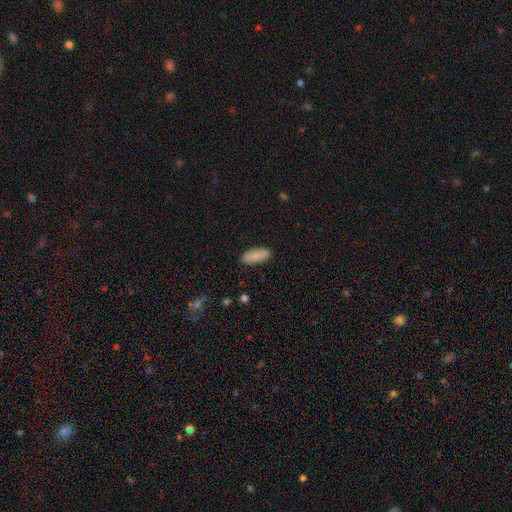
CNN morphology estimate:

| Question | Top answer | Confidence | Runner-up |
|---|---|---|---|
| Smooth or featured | smooth | 82% | featured or disk (12%) |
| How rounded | in between | 72% | cigar-shaped (26%) |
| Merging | none | 86% | minor disturbance (10%) |